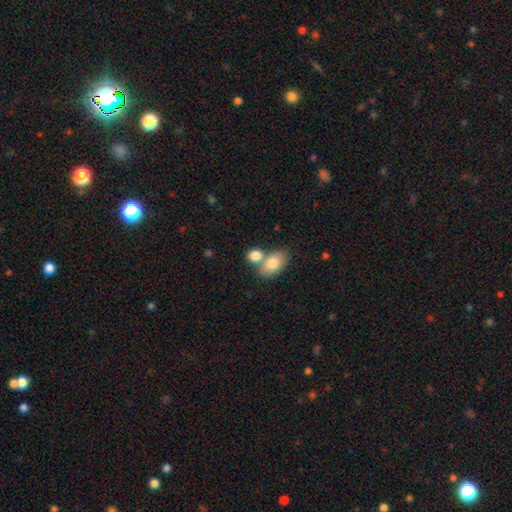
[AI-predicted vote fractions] The model was most divided on "merging": merger: 46%, none: 41%, minor disturbance: 9%, major disturbance: 3%. More confident: smooth or featured — smooth (82%); how rounded — in between (68%).